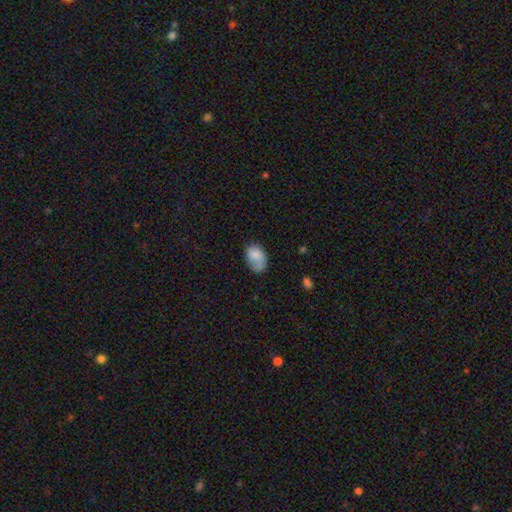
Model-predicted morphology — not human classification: The model was most divided on "merging": none: 44%, minor disturbance: 32%, major disturbance: 18%, merger: 5%. More confident: how rounded — in between (83%); smooth or featured — smooth (79%).